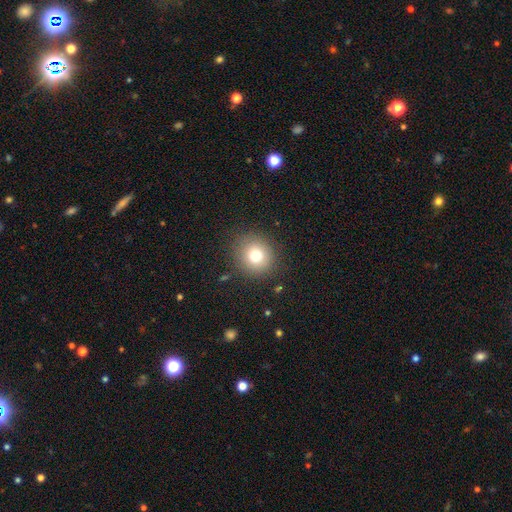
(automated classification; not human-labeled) smooth 76%, star or artifact 13%, featured or disk 11%. Down the decision tree: how rounded — round (87%); merging — none (87%).